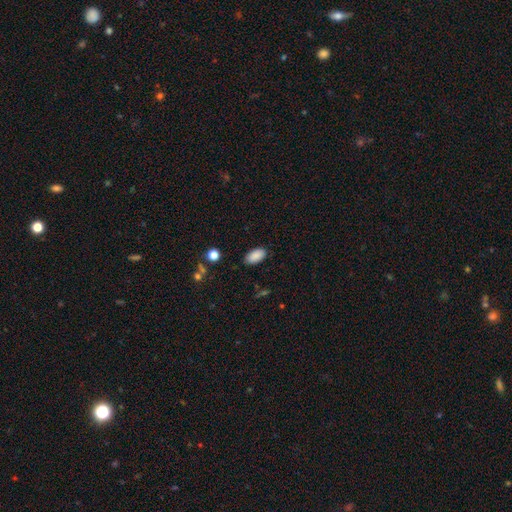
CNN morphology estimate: Smooth or featured? Predicted: smooth (p=0.88). How rounded? Predicted: in between (p=0.94). Merging? Predicted: none (p=0.84).